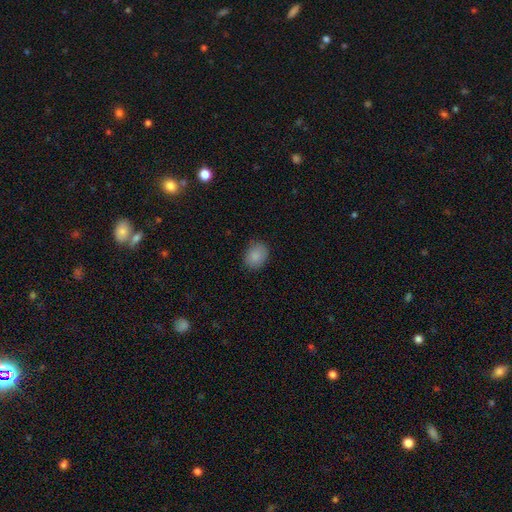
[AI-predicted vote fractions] A smooth galaxy with no disk features (86%) that is in between round and cigar-shaped (53%). Merging: none (82%).